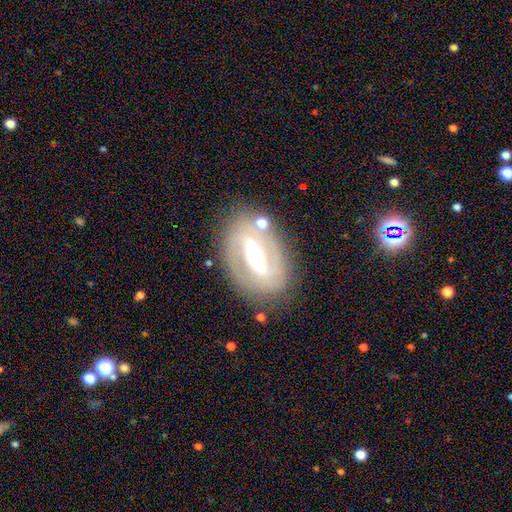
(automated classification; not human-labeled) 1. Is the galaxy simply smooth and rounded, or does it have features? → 81% featured or disk, 13% smooth, 6% star or artifact.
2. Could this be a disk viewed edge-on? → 90% no, 10% yes.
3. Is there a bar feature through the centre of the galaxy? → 71% strong, 20% weak, 8% no.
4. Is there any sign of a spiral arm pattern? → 69% yes, 31% no.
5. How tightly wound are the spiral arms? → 40% medium, 38% tight, 21% loose.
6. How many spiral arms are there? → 81% 2, 11% can't tell, 4% 1, 2% 3, 1% 4, 1% more than 4.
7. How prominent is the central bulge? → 58% moderate, 26% small, 12% large, 2% dominant, 2% none.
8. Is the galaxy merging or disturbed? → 77% none, 13% minor disturbance, 6% major disturbance, 4% merger.